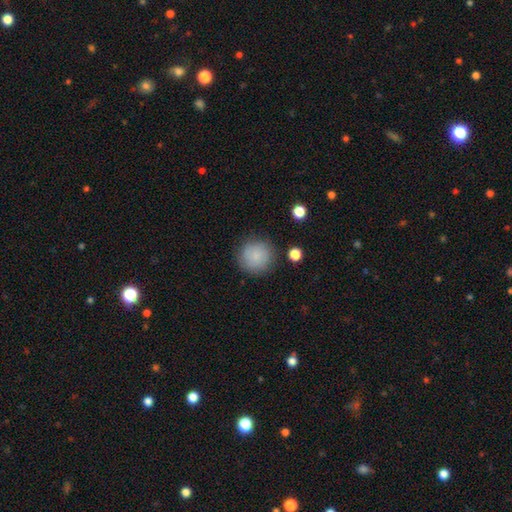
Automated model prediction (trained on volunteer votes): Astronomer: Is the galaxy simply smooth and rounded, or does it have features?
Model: smooth — 85%.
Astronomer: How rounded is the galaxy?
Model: round — 94%.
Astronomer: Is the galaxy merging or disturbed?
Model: none — 86%.